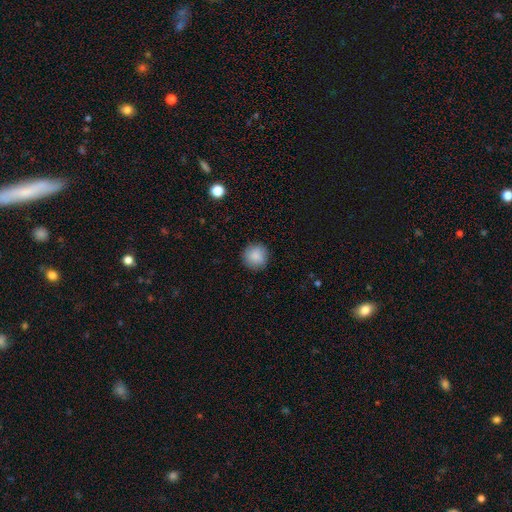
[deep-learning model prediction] This appears to be a smooth galaxy with no disk features (88%) that is round (94%). Merging: none (89%).